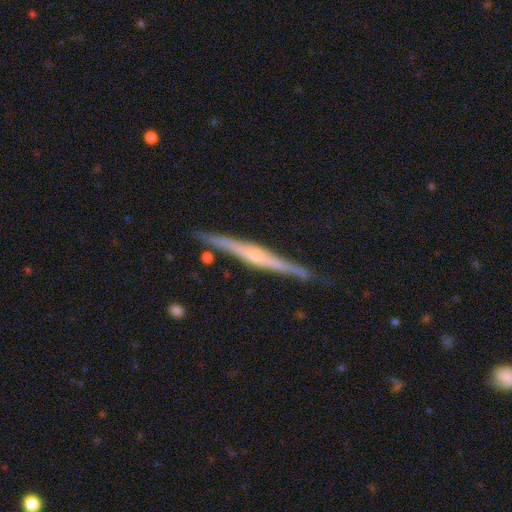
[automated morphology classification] This is likely a featured or disk galaxy (79%). It is clearly viewed edge-on (98%). Edge-on bulge: likely rounded (73%). Merging: clearly none (85%).